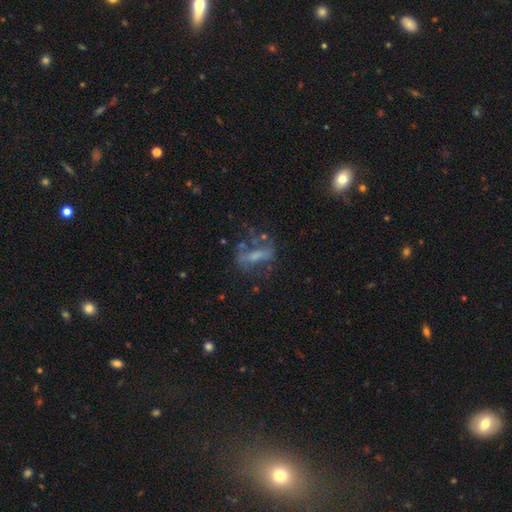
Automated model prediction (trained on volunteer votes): smooth_or_featured: featured or disk (p=0.54) [alt: smooth p=0.28]
disk_edge_on: no (p=0.80) [alt: yes p=0.20]
merging: none (p=0.48) [alt: major disturbance p=0.27]